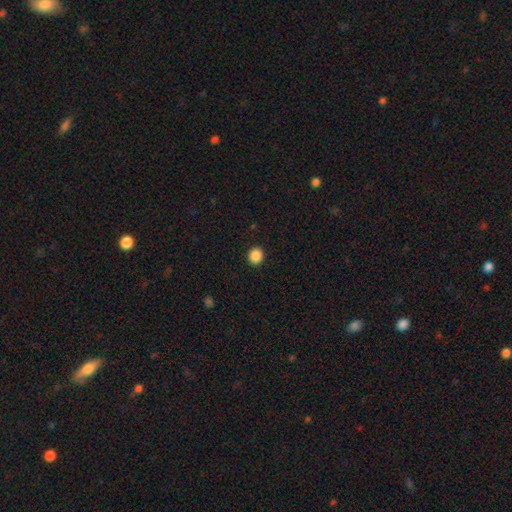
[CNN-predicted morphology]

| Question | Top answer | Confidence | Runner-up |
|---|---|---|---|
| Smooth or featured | smooth | 88% | star or artifact (10%) |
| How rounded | round | 86% | in between (13%) |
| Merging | none | 93% | minor disturbance (5%) |